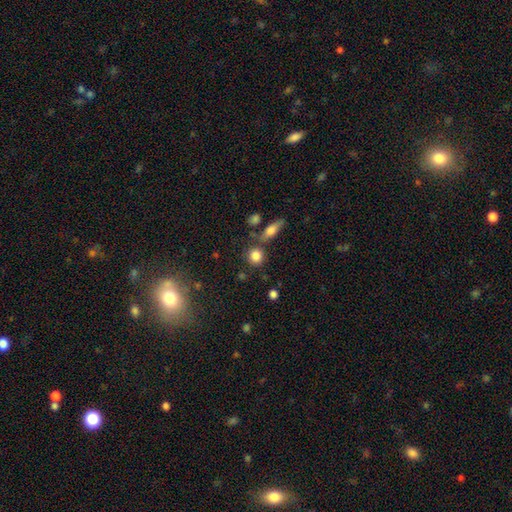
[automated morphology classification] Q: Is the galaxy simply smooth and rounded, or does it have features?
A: smooth — 83%.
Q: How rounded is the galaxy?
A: round — 84%.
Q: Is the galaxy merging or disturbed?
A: none — 74%.